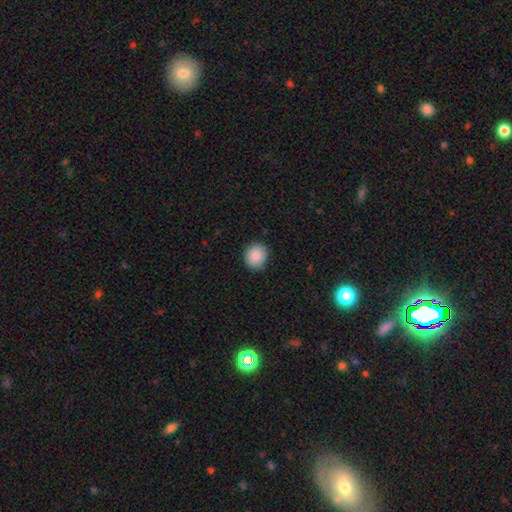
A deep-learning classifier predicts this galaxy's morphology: type=smooth (88%); roundness=round (79%); merging=none (85%).